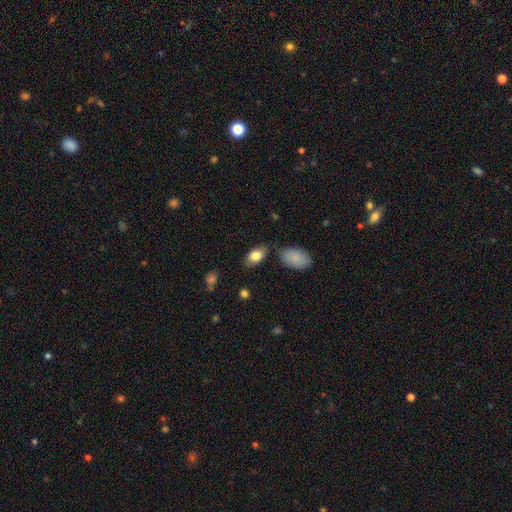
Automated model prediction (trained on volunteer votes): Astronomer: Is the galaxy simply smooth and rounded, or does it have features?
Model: smooth — 82%.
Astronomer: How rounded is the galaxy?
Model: in between — 92%.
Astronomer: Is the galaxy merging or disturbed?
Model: none — 80%.